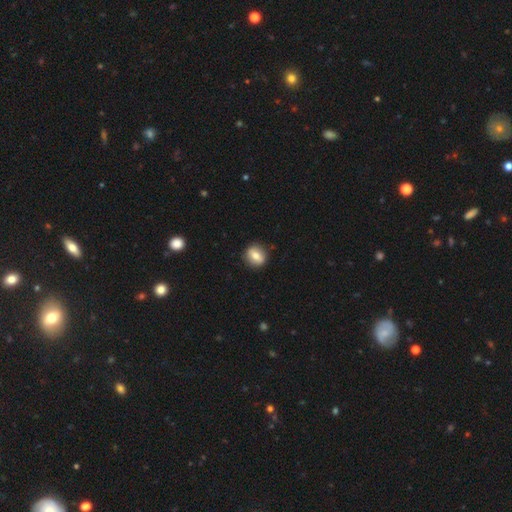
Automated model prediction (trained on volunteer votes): Smooth or featured: smooth — 66% (featured or disk — 26%)
How rounded: round — 72% (in between — 27%)
Merging: none — 88% (minor disturbance — 9%)